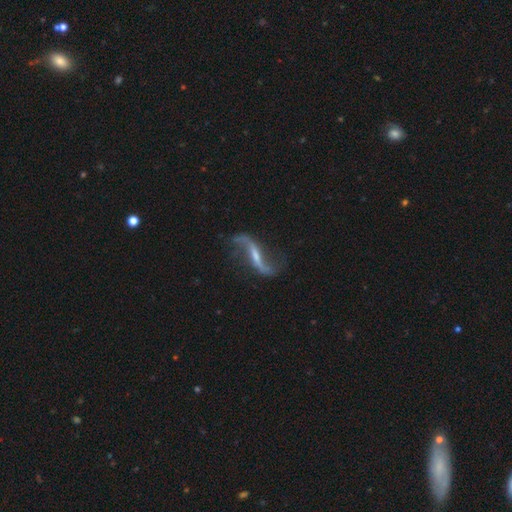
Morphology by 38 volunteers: type=featured or disk (92%); edge-on=no (86%); bar=strong (40%, tied with weak); spiral arms=yes (97%); winding=loose (97%); arm count=2 (97%); bulge=small (70%); merging=none (77%).